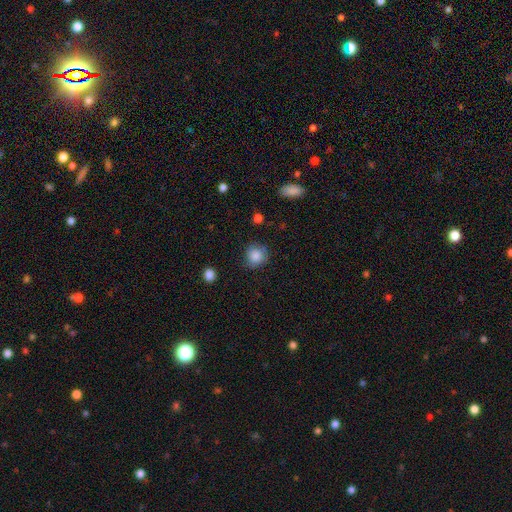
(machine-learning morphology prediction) This appears to be a smooth galaxy with no disk features (85%) that is round (89%). Merging: none (78%).